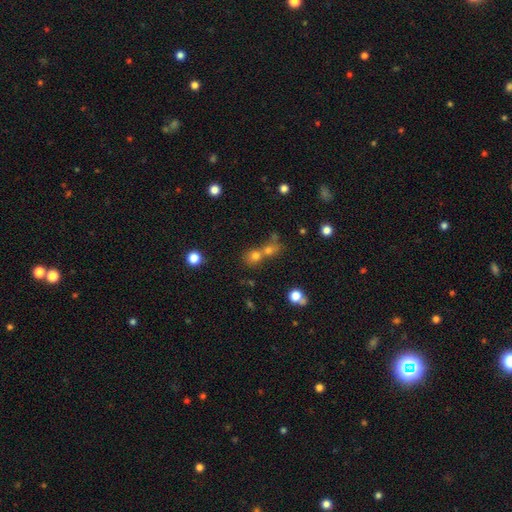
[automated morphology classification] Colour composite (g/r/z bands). It shows a smooth galaxy with no disk features (70%) that is round (78%). Merging: merger (54%).